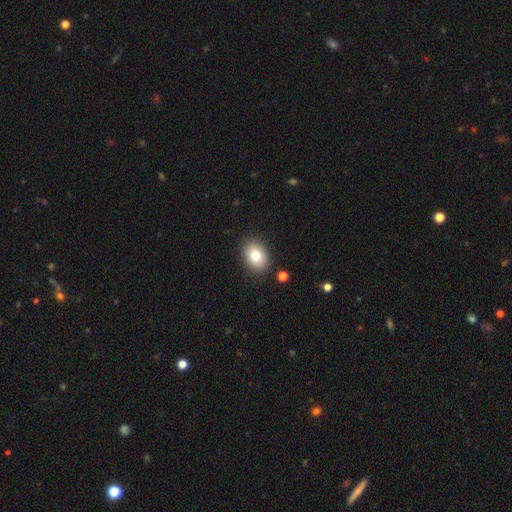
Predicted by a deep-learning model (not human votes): Smooth or featured? Predicted: smooth (p=0.81). How rounded? Predicted: in between (p=0.72). Merging? Predicted: none (p=0.87).